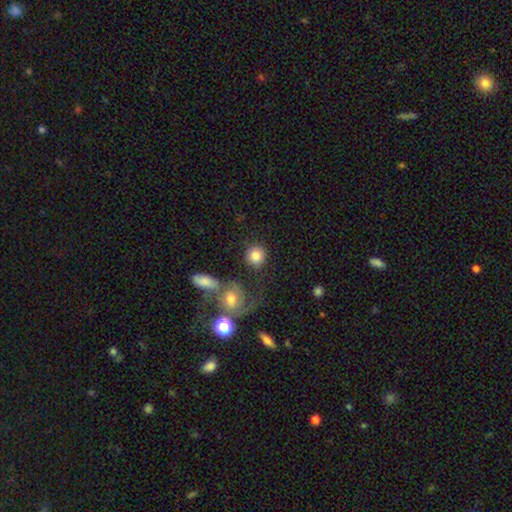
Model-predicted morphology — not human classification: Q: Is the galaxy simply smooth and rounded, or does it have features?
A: smooth — 83%.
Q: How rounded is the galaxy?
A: round — 90%.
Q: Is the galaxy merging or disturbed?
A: none — 72%.